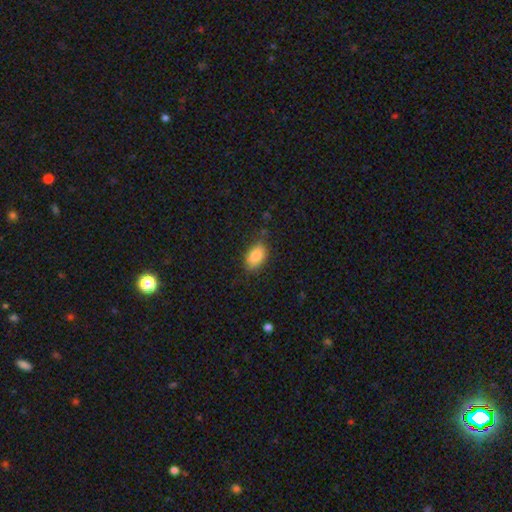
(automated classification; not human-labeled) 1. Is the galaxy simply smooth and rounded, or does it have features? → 87% smooth, 7% star or artifact, 6% featured or disk.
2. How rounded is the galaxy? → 90% in between, 8% round, 2% cigar-shaped.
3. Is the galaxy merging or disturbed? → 77% none, 17% minor disturbance, 4% major disturbance, 1% merger.